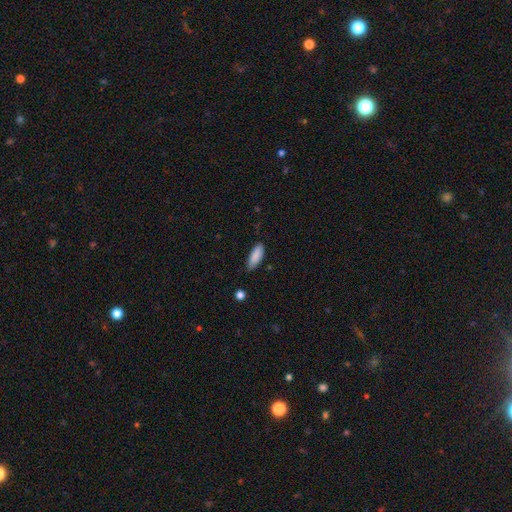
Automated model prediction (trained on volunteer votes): Overall: smooth (88%). How rounded: in between (67%; cigar-shaped 32%). Merging: none (76%).